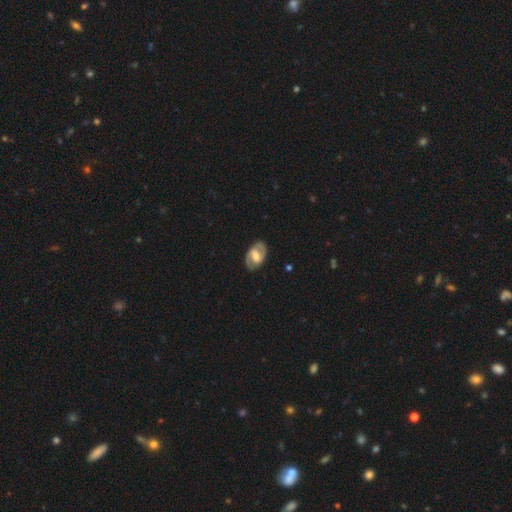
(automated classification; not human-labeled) Smooth or featured: featured or disk — 73% (smooth — 22%)
Edge-on disk: no — 96% (yes — 4%)
Bar: weak — 46% (strong — 31%)
Spiral arms: yes — 81% (no — 19%)
Spiral winding: medium — 47% (tight — 37%)
Spiral arm count: 2 — 87% (can't tell — 8%)
Bulge size: moderate — 47% (large — 25%)
Merging: none — 84% (minor disturbance — 12%)